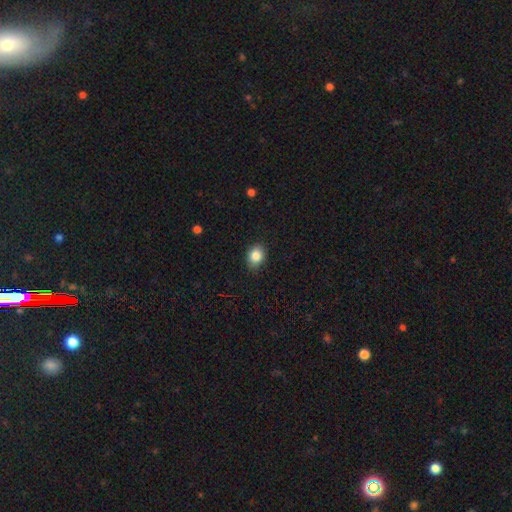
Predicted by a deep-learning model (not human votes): The model was most divided on "how rounded": round: 50%, in between: 49%, cigar-shaped: 1%. More confident: smooth or featured — smooth (85%); merging — none (85%).